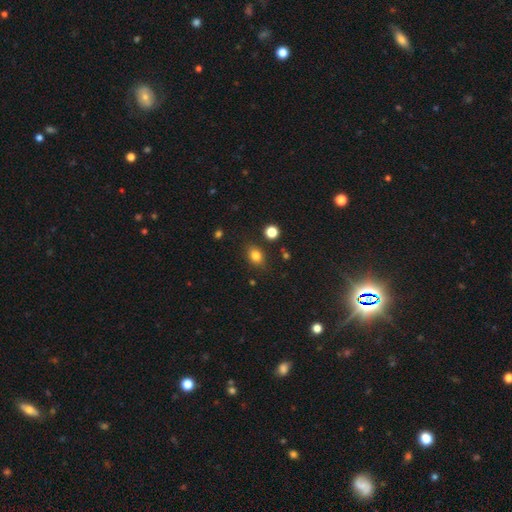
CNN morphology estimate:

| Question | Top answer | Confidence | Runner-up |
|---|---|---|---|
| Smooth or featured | smooth | 81% | star or artifact (12%) |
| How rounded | in between | 58% | round (41%) |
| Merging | none | 82% | minor disturbance (12%) |